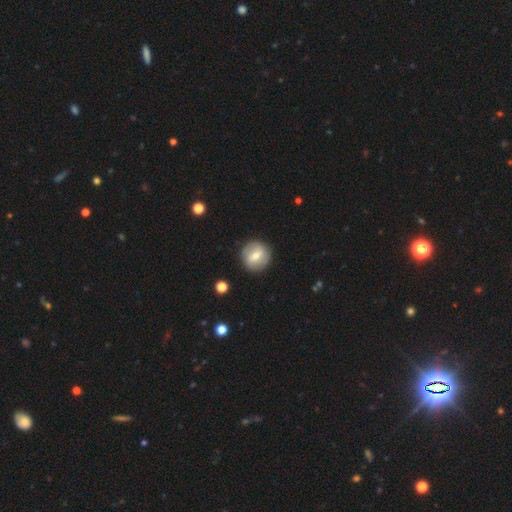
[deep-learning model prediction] Overall: smooth (53%; featured or disk 40%). How rounded: round (91%). Merging: none (88%).